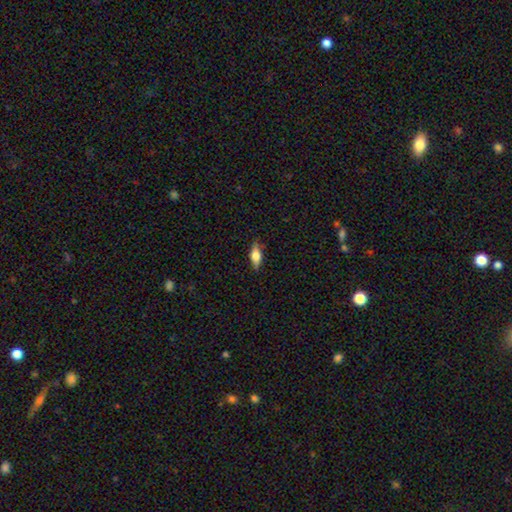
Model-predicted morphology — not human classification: A smooth galaxy with no disk features (59%) that is in between round and cigar-shaped (71%).

Vote fractions:
- Smooth or featured? smooth: 59% / featured or disk: 33% / star or artifact: 7%
- How rounded? in between: 71% / cigar-shaped: 24% / round: 4%
- Merging? none: 80% / minor disturbance: 16% / major disturbance: 3% / merger: 1%